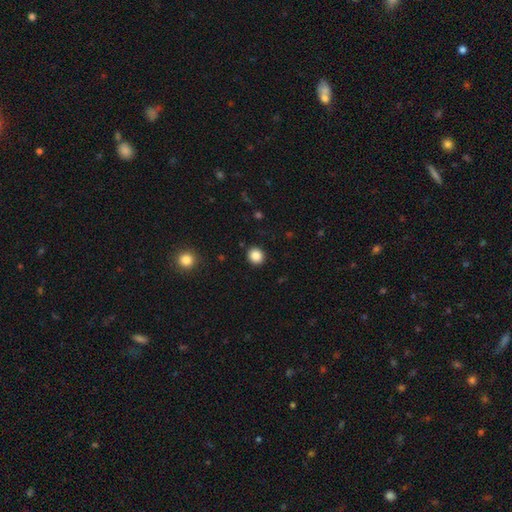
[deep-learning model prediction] smooth_or_featured: smooth (p=0.86) [alt: star or artifact p=0.10]
how_rounded: round (p=0.89) [alt: in between p=0.10]
merging: none (p=0.92) [alt: minor disturbance p=0.05]